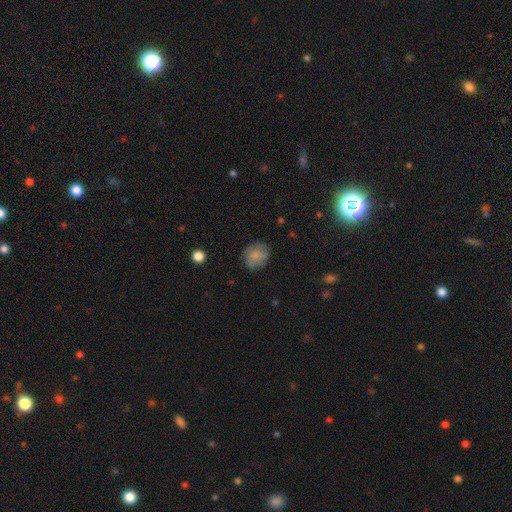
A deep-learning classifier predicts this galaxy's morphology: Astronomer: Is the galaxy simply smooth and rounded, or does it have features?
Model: smooth — 79%.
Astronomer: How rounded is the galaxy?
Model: round — 76%.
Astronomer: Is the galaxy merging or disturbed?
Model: none — 75%.